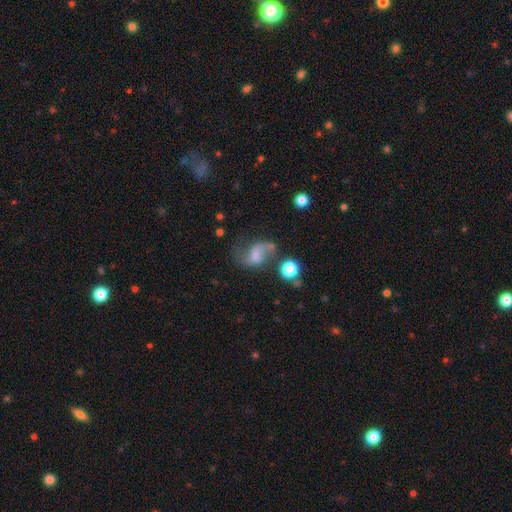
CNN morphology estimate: A featured or disk galaxy (60%) with no bar (43%), 2 (80%) loose (71%) spiral arms (86%) and no central bulge (35%). Merging: none (44%).